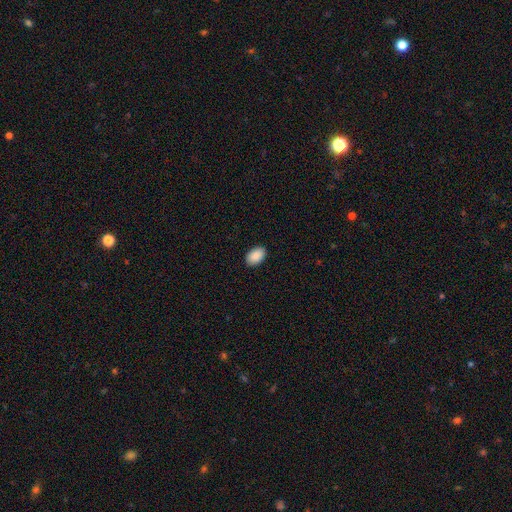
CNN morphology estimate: smooth 91%, star or artifact 7%, featured or disk 2%. Down the decision tree: how rounded — in between (91%); merging — none (90%).